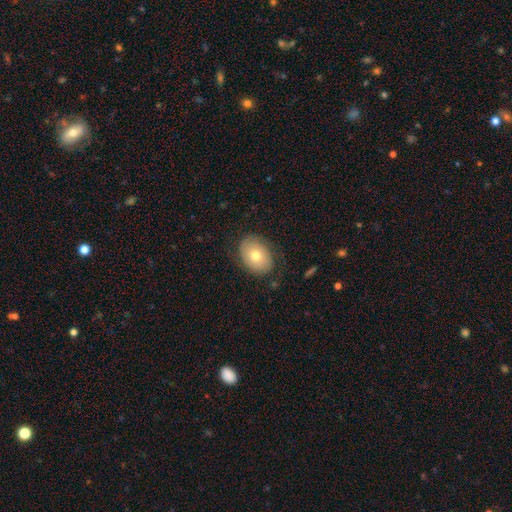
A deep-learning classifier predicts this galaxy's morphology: smooth_or_featured: smooth (p=0.70) [alt: featured or disk p=0.22]
how_rounded: in between (p=0.73) [alt: round p=0.26]
merging: none (p=0.81) [alt: minor disturbance p=0.14]